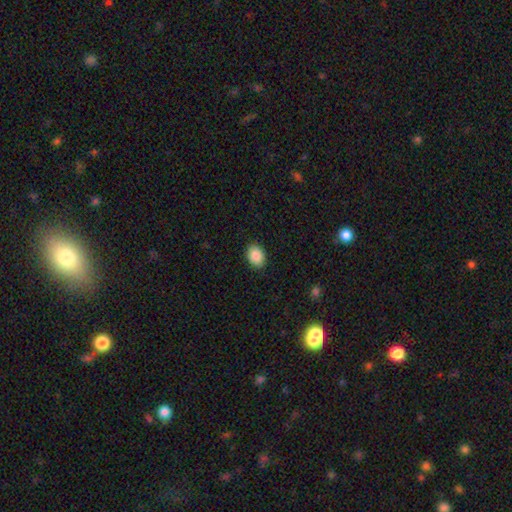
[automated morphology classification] smooth_or_featured: smooth (p=0.89) [alt: star or artifact p=0.07]
how_rounded: in between (p=0.79) [alt: round p=0.20]
merging: none (p=0.89) [alt: minor disturbance p=0.08]